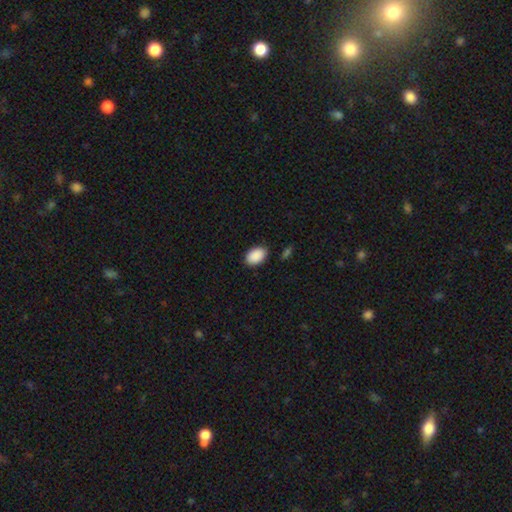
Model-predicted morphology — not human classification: A smooth galaxy with no disk features (91%) that is in between round and cigar-shaped (89%). Merging: none (87%).